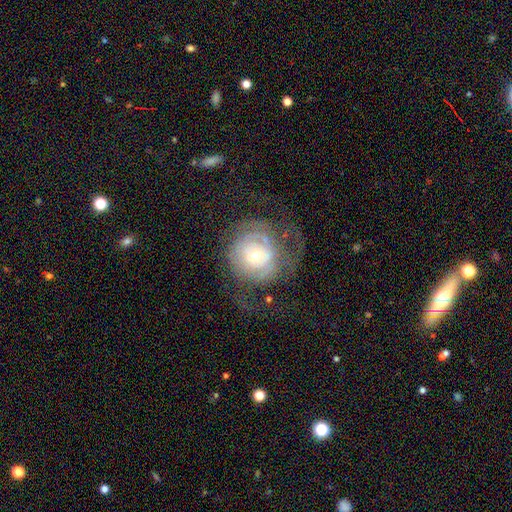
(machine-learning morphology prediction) A featured or disk galaxy (67%) with no bar (82%), spiral arms (65%) and a moderate central bulge (47%). Merging: none (47%).